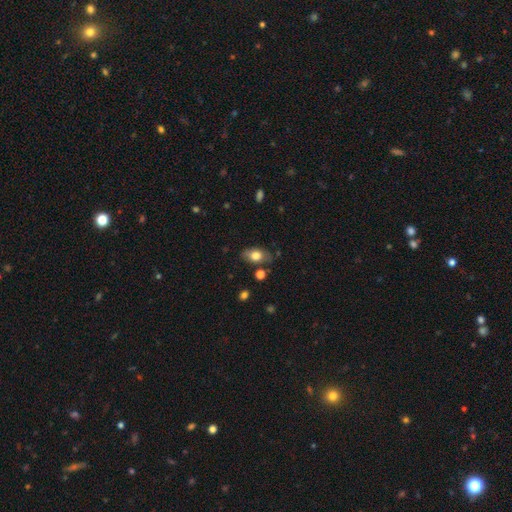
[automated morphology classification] Overall: smooth (72%). How rounded: in between (86%). Merging: none (73%).